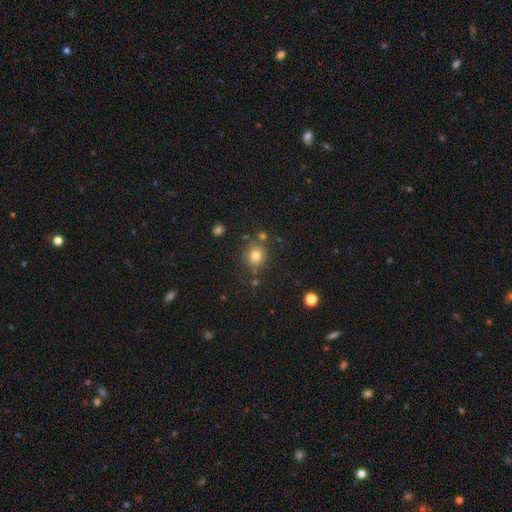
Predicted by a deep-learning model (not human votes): Smooth or featured? smooth (79%)
How rounded? round (90%)
Merging? none (78%)